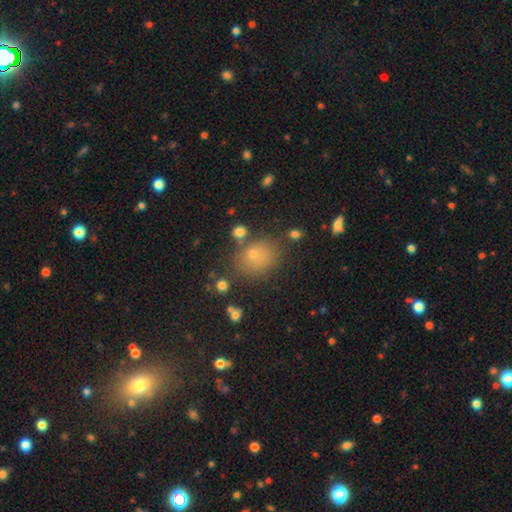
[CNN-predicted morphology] A smooth galaxy with no disk features (70%) that is round (59%).

Vote fractions:
- Smooth or featured? smooth: 70% / star or artifact: 19% / featured or disk: 11%
- How rounded? round: 59% / in between: 40% / cigar-shaped: 1%
- Merging? none: 73% / minor disturbance: 15% / merger: 7% / major disturbance: 6%